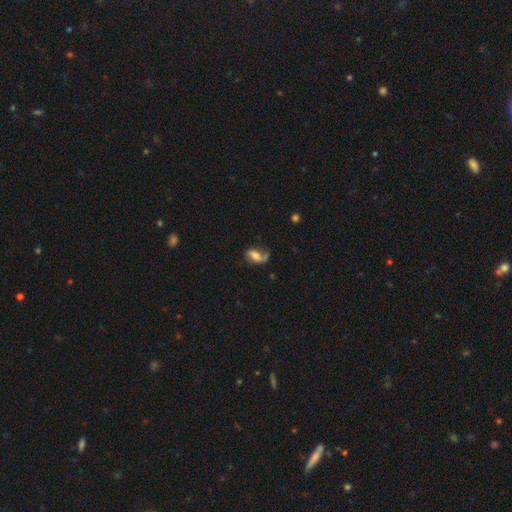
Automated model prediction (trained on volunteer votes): The model was most divided on "smooth or featured": smooth: 46%, featured or disk: 45%, star or artifact: 9%. Remaining: merging — none (49%).